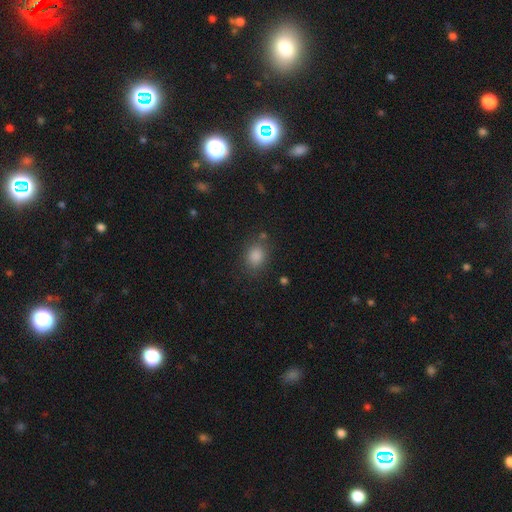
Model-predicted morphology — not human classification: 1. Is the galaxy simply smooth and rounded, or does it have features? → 82% smooth, 13% star or artifact, 5% featured or disk.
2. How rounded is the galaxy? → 50% in between, 49% round, 1% cigar-shaped.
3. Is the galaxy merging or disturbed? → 80% none, 12% minor disturbance, 4% major disturbance, 4% merger.